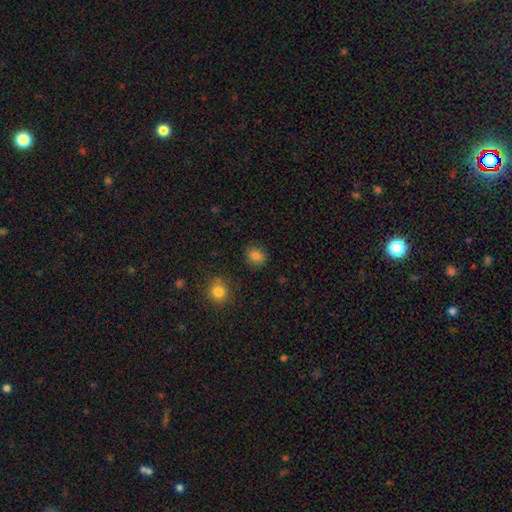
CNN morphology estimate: Smooth or featured?
  - smooth: 84% *
  - star or artifact: 11%
  - featured or disk: 5%
How rounded?
  - round: 68% *
  - in between: 31%
  - cigar-shaped: 1%
Merging?
  - none: 86% *
  - minor disturbance: 9%
  - major disturbance: 3%
  - merger: 2%